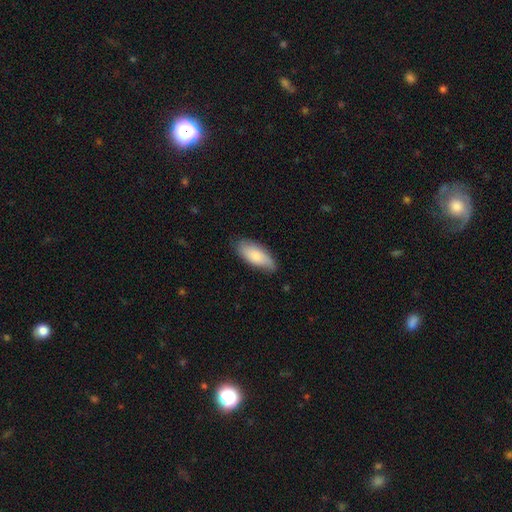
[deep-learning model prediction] smooth 78%, featured or disk 16%, star or artifact 6%. Down the decision tree: how rounded — in between (85%); merging — none (73%).